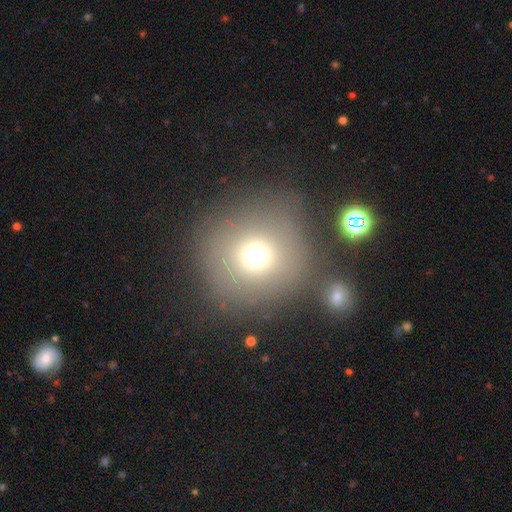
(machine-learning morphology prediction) smooth-or-featured: smooth: 70% | star or artifact: 18% | featured or disk: 12%
  how-rounded: round: 90% | in between: 8% | cigar-shaped: 1%
  merging: none: 71% | merger: 12% | minor disturbance: 10% | major disturbance: 7%